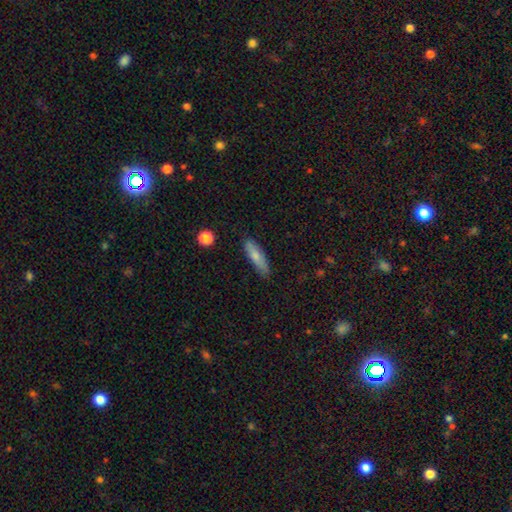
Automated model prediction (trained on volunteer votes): smooth-or-featured: smooth: 76% | featured or disk: 17% | star or artifact: 6%
  how-rounded: cigar-shaped: 65% | in between: 33% | round: 2%
  merging: none: 80% | minor disturbance: 16% | major disturbance: 3% | merger: 2%